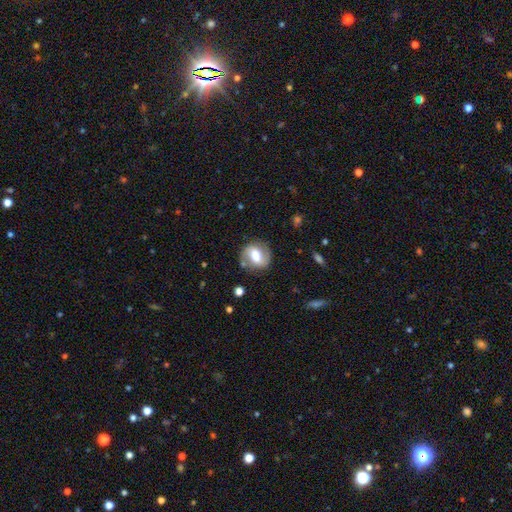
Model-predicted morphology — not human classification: type=featured or disk (54%); edge-on=no (96%); bar=weak (43%); spiral arms=yes (75%); bulge=moderate (49%); merging=none (76%).